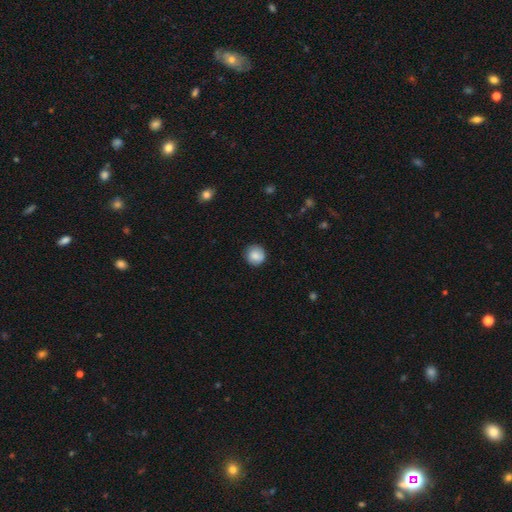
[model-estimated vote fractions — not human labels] Overall: smooth (81%). How rounded: round (91%). Merging: none (85%).